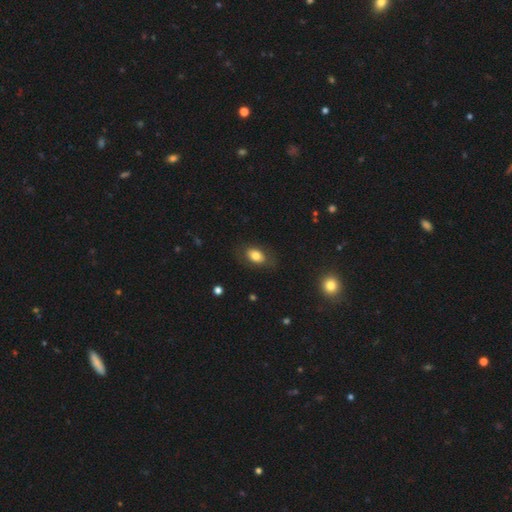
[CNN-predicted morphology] Smooth or featured? smooth (77%)
How rounded? in between (86%)
Merging? none (78%)